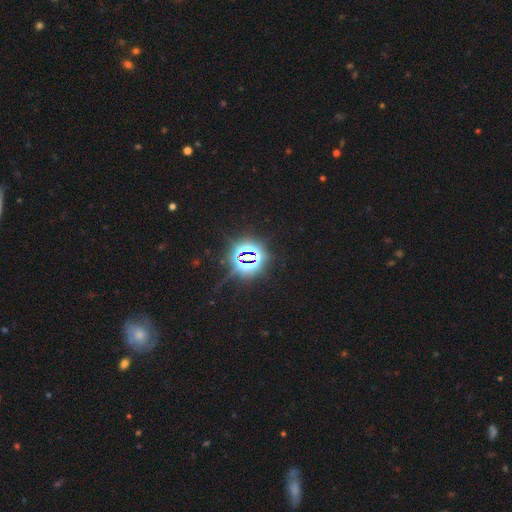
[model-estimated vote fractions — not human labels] This appears to be a star or artifact, not a galaxy (82%).